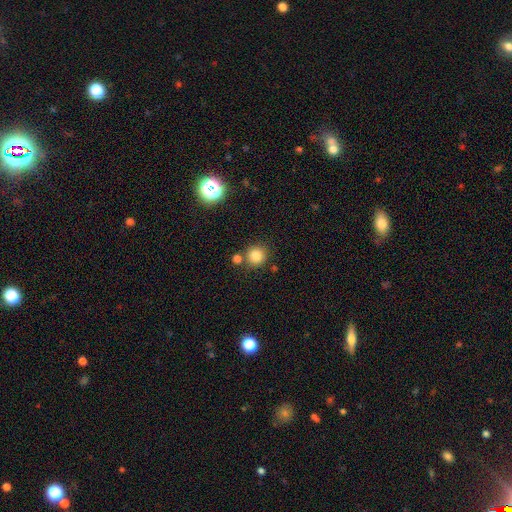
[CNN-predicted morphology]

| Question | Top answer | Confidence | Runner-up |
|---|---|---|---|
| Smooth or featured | smooth | 83% | star or artifact (12%) |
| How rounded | round | 91% | in between (8%) |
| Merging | none | 75% | merger (14%) |